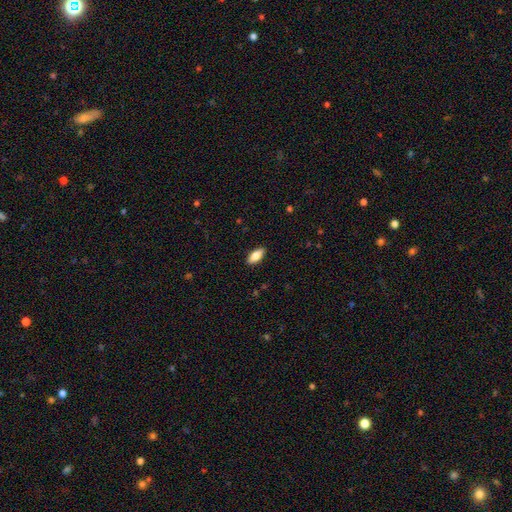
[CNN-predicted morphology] smooth 79%, featured or disk 15%, star or artifact 7%. Down the decision tree: how rounded — in between (84%); merging — none (89%).